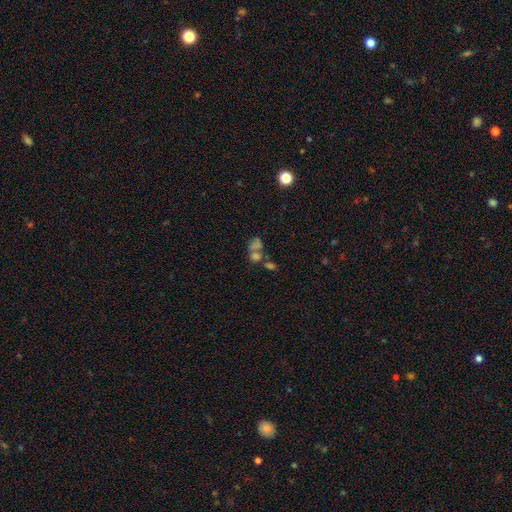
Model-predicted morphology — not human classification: Smooth or featured? smooth (51%)
How rounded? in between (60%)
Merging? merger (51%)